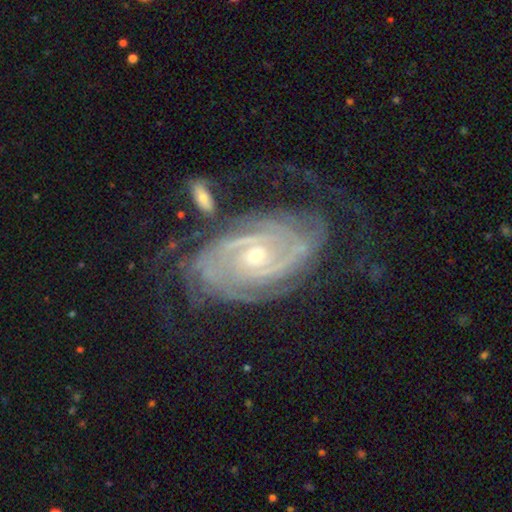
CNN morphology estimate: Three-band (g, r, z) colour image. It shows a featured or disk galaxy (91%) with no bar (65%), 2 (32%) tight (75%) spiral arms (97%) and a small central bulge (58%). Merging: none (61%).